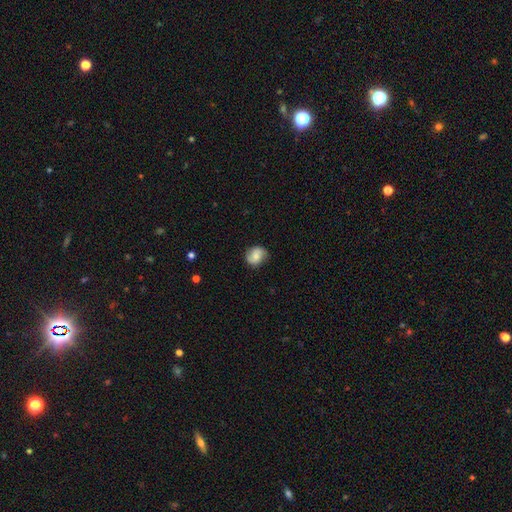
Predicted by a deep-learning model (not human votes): Smooth or featured? Predicted: smooth (p=0.55). How rounded? Predicted: round (p=0.66). Merging? Predicted: none (p=0.78).